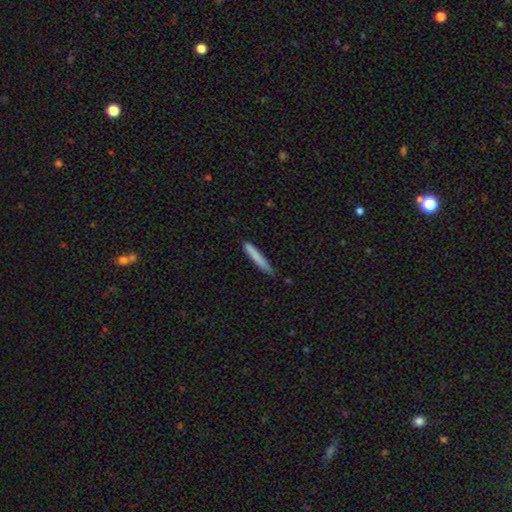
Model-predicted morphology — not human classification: The model was most divided on "merging": none: 79%, minor disturbance: 17%, major disturbance: 2%, merger: 2%. More confident: how rounded — cigar-shaped (95%); smooth or featured — smooth (79%).